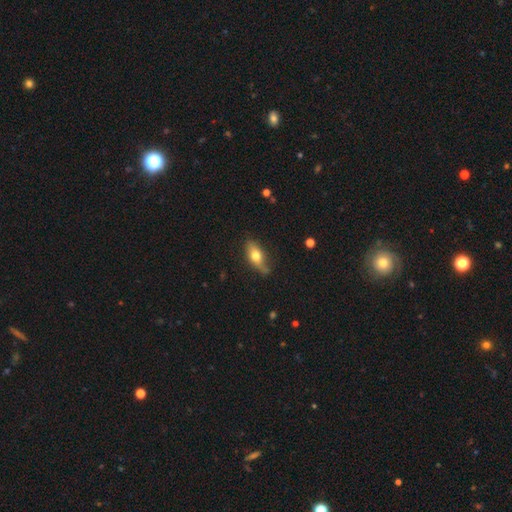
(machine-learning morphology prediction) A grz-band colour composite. It shows a smooth galaxy with no disk features (61%) that is in between round and cigar-shaped (74%). Merging: none (66%).